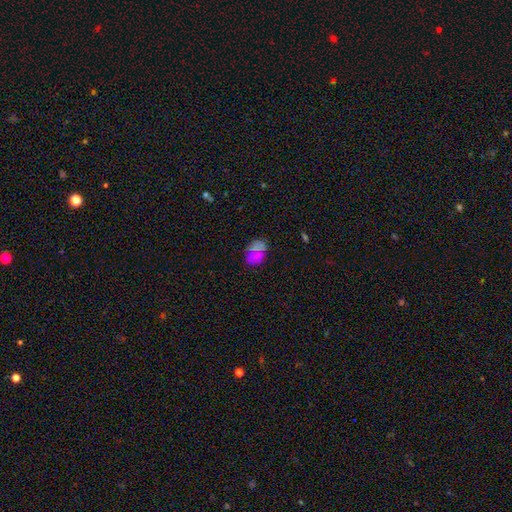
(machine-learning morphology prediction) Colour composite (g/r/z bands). It shows a smooth galaxy with no disk features (64%) that is in between round and cigar-shaped (76%). Merging: none (71%).